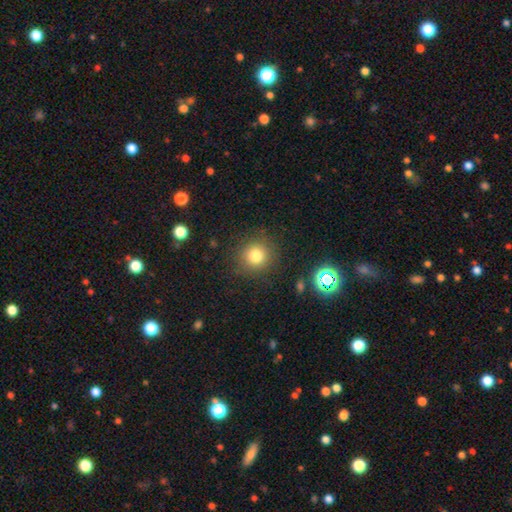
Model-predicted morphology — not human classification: Smooth or featured: smooth — 79% (star or artifact — 14%)
How rounded: round — 91% (in between — 8%)
Merging: none — 87% (minor disturbance — 8%)